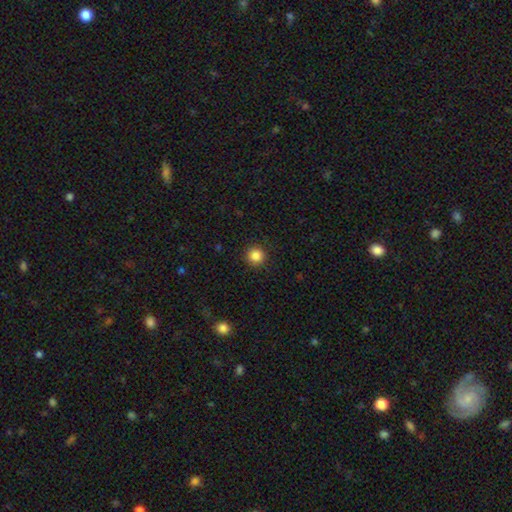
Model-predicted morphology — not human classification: smooth 86%, star or artifact 11%, featured or disk 4%. Down the decision tree: how rounded — round (94%); merging — none (92%).